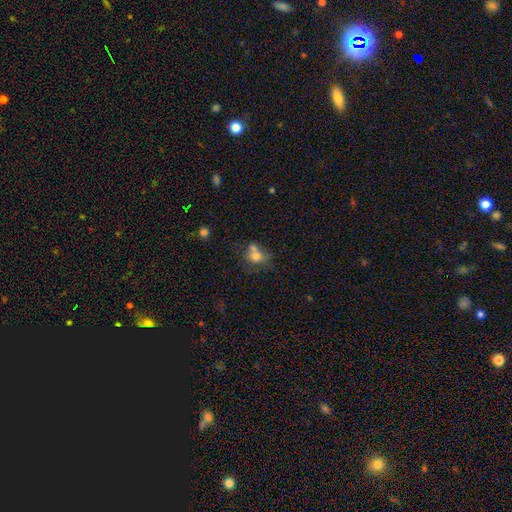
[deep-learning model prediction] Smooth or featured?
  - smooth: 72% *
  - featured or disk: 16%
  - star or artifact: 12%
How rounded?
  - round: 64% *
  - in between: 35%
  - cigar-shaped: 1%
Merging?
  - merger: 46% *
  - none: 33%
  - minor disturbance: 13%
  - major disturbance: 7%